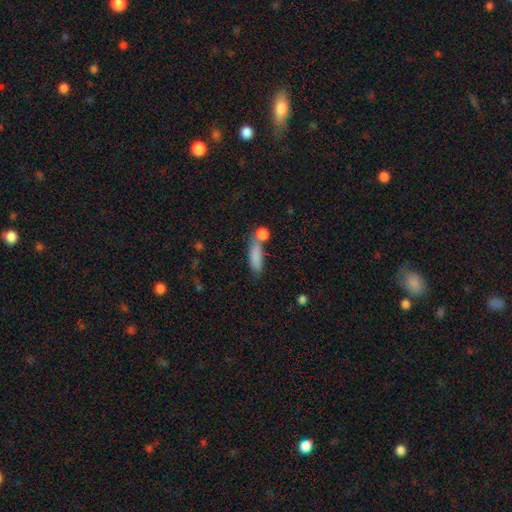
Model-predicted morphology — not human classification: The model was most divided on "merging": none: 46%, merger: 30%, minor disturbance: 16%, major disturbance: 8%. More confident: smooth or featured — smooth (81%); how rounded — in between (55%).